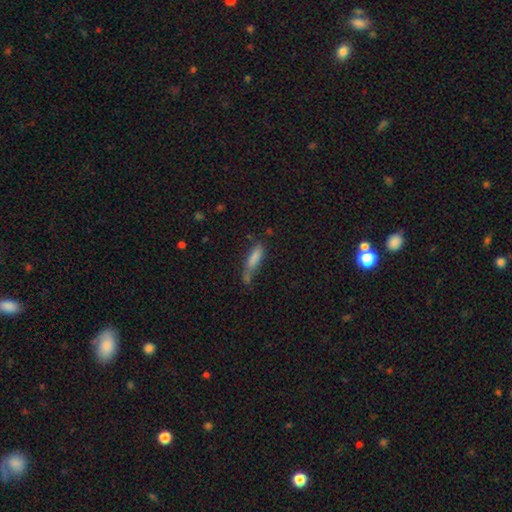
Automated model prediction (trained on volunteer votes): Smooth or featured: smooth — 74% (featured or disk — 16%)
How rounded: cigar-shaped — 72% (in between — 26%)
Merging: none — 43% (minor disturbance — 29%)